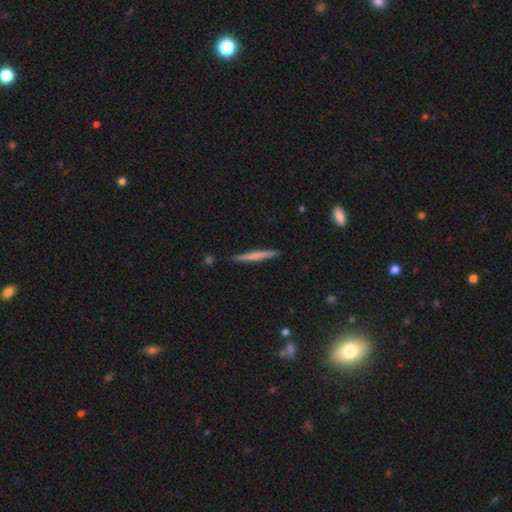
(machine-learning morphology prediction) A smooth galaxy with no disk features (58%) that is cigar-shaped (96%). Merging: none (90%).